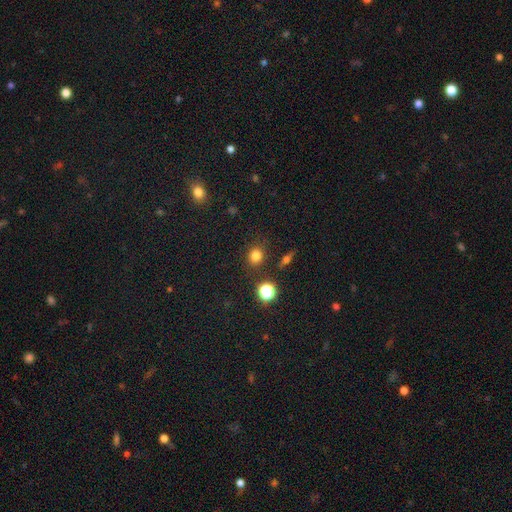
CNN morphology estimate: Smooth or featured? smooth (78%)
How rounded? round (77%)
Merging? none (85%)